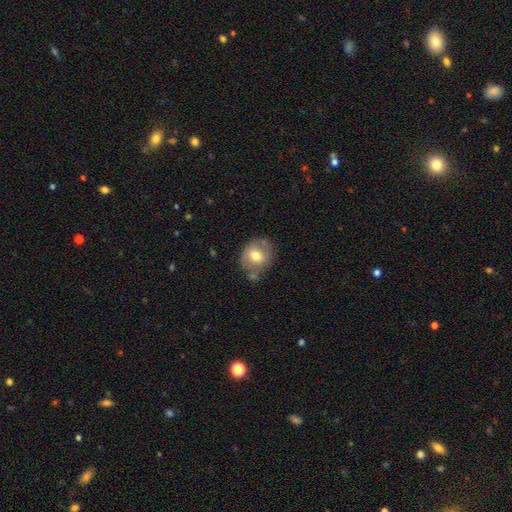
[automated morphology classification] This is likely a smooth galaxy (61%). How rounded: likely round (64%). Merging: likely none (61%).